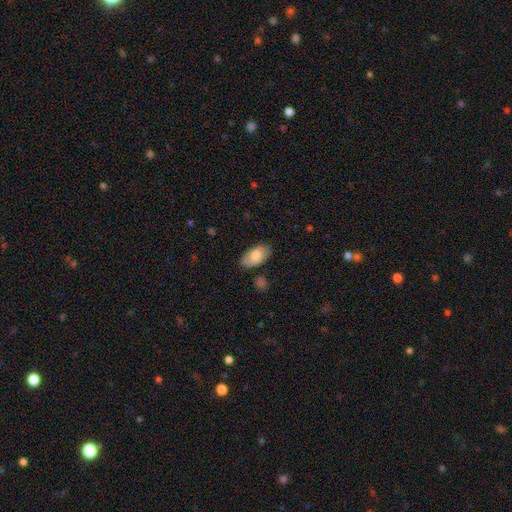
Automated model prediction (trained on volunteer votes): This appears to be a smooth galaxy with no disk features (74%) that is in between round and cigar-shaped (94%). Merging: none (81%).